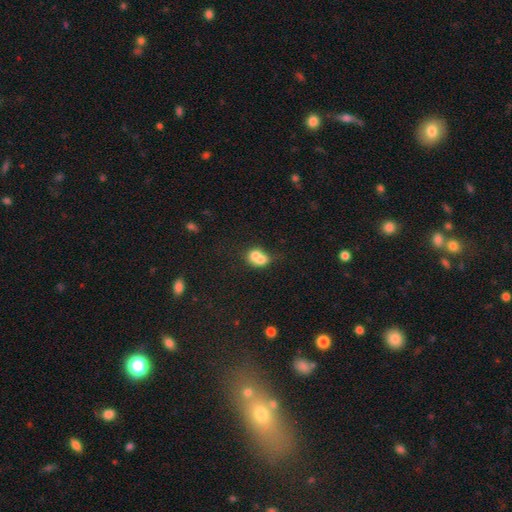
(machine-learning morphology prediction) A smooth galaxy with no disk features (71%) that is in between round and cigar-shaped (51%). Merging: merger (65%).